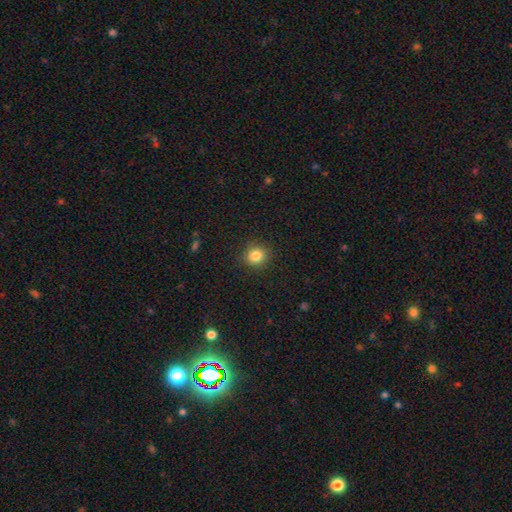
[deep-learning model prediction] Smooth or featured: smooth — 84% (star or artifact — 11%)
How rounded: round — 88% (in between — 12%)
Merging: none — 90% (minor disturbance — 7%)